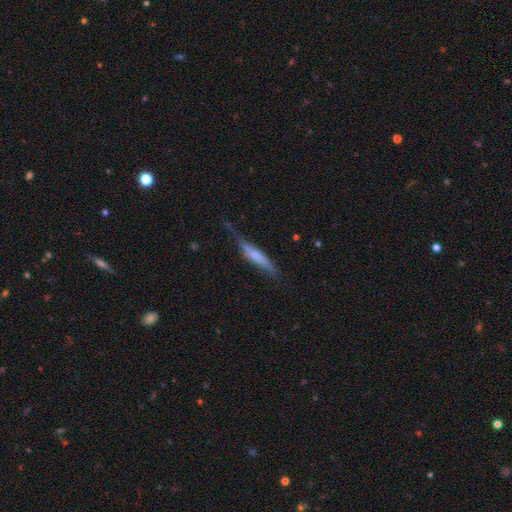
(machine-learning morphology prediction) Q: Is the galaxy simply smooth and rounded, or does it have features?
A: smooth — 52%.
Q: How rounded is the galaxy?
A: cigar-shaped — 89%.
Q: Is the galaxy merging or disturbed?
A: none — 48%.